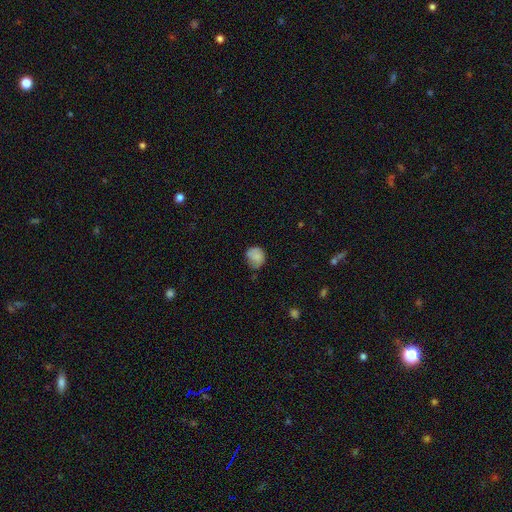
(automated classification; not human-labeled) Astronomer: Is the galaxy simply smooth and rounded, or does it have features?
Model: smooth — 78%.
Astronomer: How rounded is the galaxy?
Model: round — 69%.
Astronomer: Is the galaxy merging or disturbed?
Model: none — 48% (runner-up: minor disturbance, 39%).